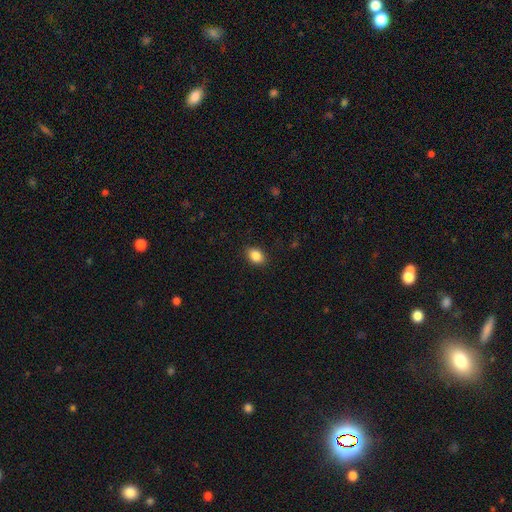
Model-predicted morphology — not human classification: A smooth galaxy with no disk features (87%) that is in between round and cigar-shaped (77%).

Vote fractions:
- Smooth or featured? smooth: 87% / star or artifact: 9% / featured or disk: 4%
- How rounded? in between: 77% / round: 22% / cigar-shaped: 1%
- Merging? none: 88% / minor disturbance: 9% / major disturbance: 2% / merger: 1%